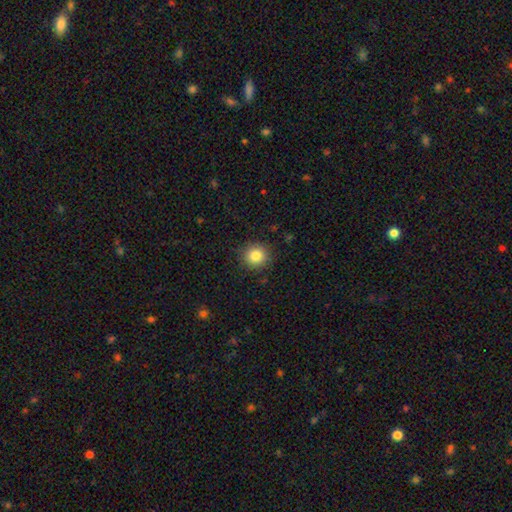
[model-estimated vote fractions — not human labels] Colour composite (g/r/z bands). It shows a smooth galaxy with no disk features (82%) that is round (91%). Merging: none (89%).